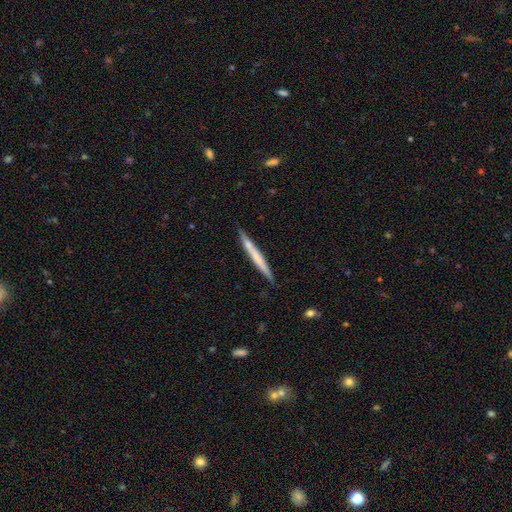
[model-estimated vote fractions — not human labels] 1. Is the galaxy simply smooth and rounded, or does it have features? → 51% smooth, 44% featured or disk, 6% star or artifact.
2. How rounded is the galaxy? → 97% cigar-shaped, 2% in between, 1% round.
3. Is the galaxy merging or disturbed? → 87% none, 10% minor disturbance, 2% merger, 2% major disturbance.